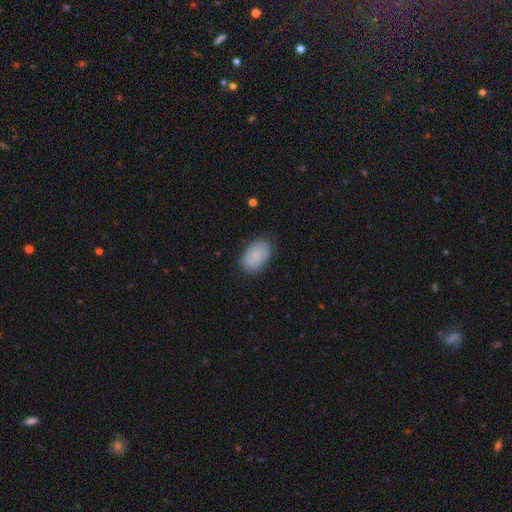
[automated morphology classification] smooth-or-featured: smooth: 84% | featured or disk: 9% | star or artifact: 6%
  how-rounded: in between: 92% | round: 6% | cigar-shaped: 1%
  merging: none: 83% | minor disturbance: 13% | major disturbance: 3% | merger: 1%